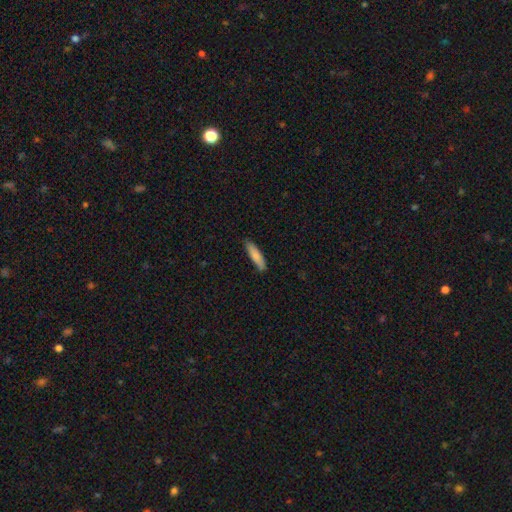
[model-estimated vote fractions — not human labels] This appears to be a smooth galaxy with no disk features (83%) that is cigar-shaped (76%). Merging: none (85%).